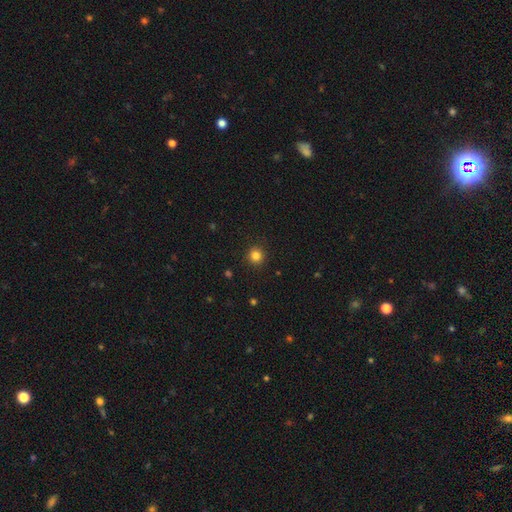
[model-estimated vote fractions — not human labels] smooth-or-featured: smooth: 82% | star or artifact: 13% | featured or disk: 5%
  how-rounded: round: 94% | in between: 5% | cigar-shaped: 1%
  merging: none: 92% | minor disturbance: 5% | major disturbance: 2% | merger: 1%